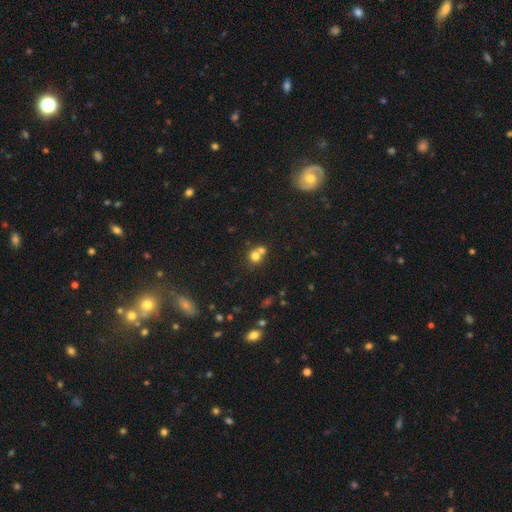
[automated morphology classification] This appears to be a smooth galaxy with no disk features (72%) that is round (82%). Merging: merger (49%).